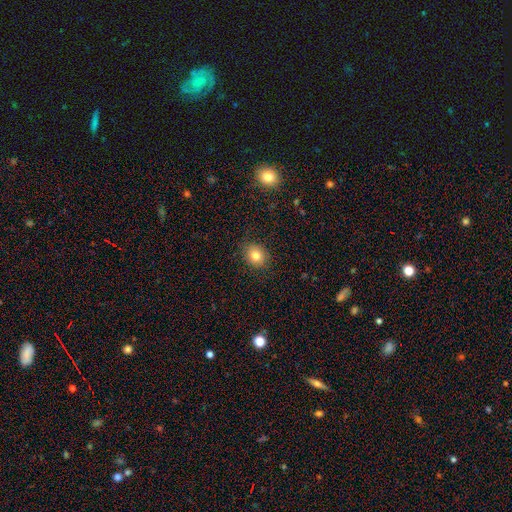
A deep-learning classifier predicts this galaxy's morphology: This appears to be a smooth galaxy with no disk features (80%) that is round (65%). Merging: none (87%).